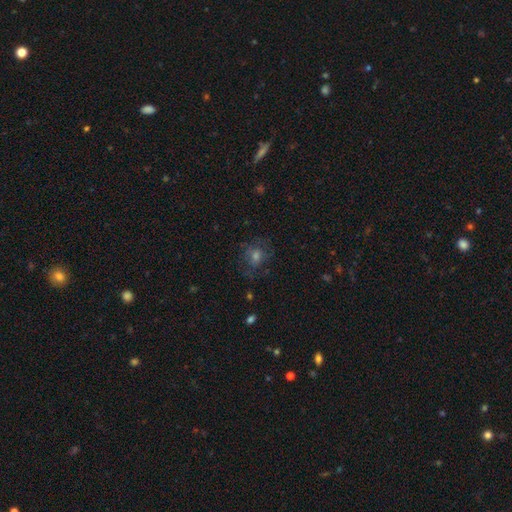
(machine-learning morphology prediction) This appears to be a smooth galaxy with no disk features (48%). Merging: none (68%).